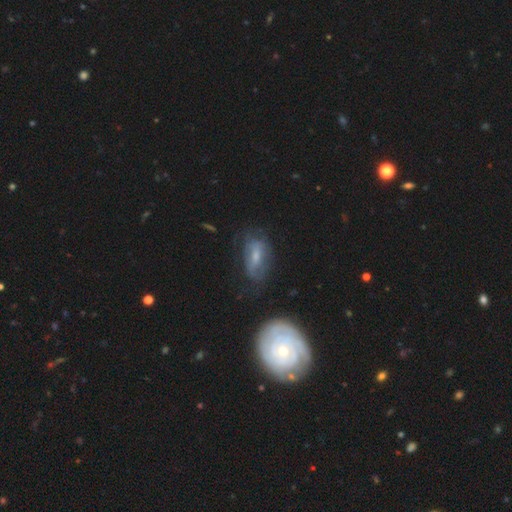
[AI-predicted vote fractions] The model was most divided on "smooth or featured": featured or disk: 49%, smooth: 42%, star or artifact: 10%. More confident: merging — none (57%).